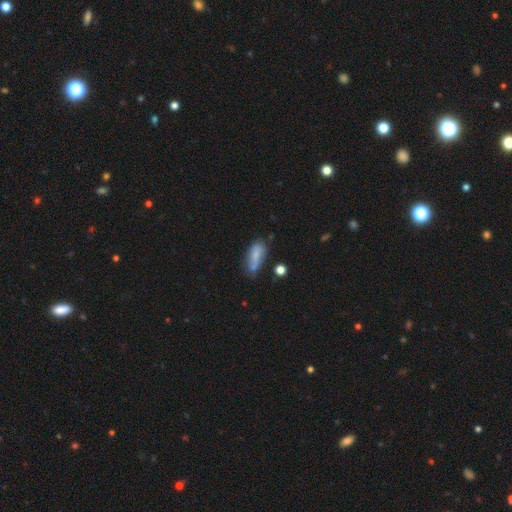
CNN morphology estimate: Smooth or featured? Predicted: smooth (p=0.68). How rounded? Predicted: in between (p=0.74). Merging? Predicted: none (p=0.45).